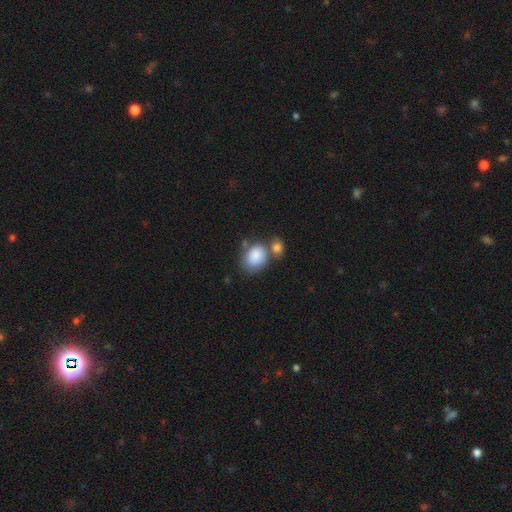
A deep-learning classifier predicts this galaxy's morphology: smooth 85%, featured or disk 8%, star or artifact 7%. Down the decision tree: how rounded — in between (62%); merging — none (42%).